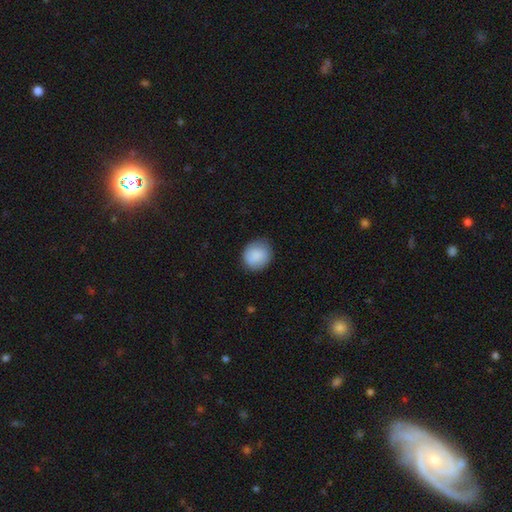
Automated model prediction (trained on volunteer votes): Smooth or featured?
  - smooth: 86% *
  - featured or disk: 8%
  - star or artifact: 7%
How rounded?
  - round: 76% *
  - in between: 23%
  - cigar-shaped: 1%
Merging?
  - none: 82% *
  - minor disturbance: 14%
  - major disturbance: 3%
  - merger: 1%